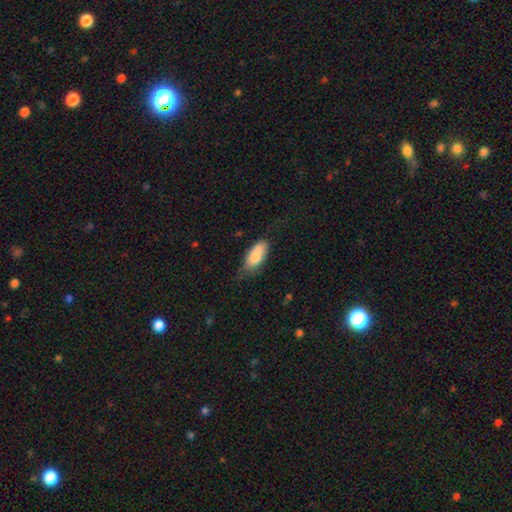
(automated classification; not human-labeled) Morphology: type=smooth (77%); roundness=in between (86%); merging=none (47%).